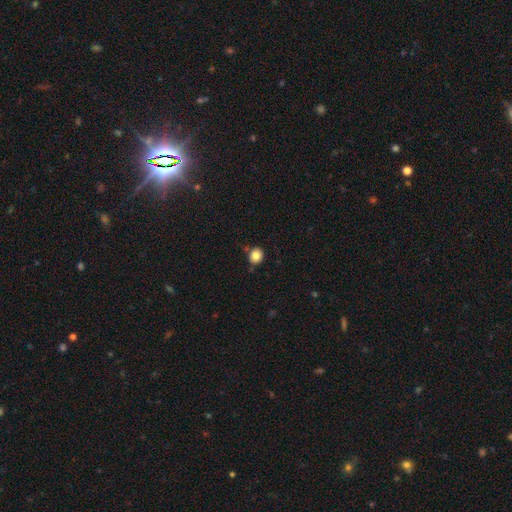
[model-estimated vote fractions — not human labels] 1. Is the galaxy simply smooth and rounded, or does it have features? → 84% smooth, 10% star or artifact, 6% featured or disk.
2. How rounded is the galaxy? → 79% round, 20% in between, 1% cigar-shaped.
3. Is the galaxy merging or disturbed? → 81% none, 12% minor disturbance, 5% merger, 3% major disturbance.